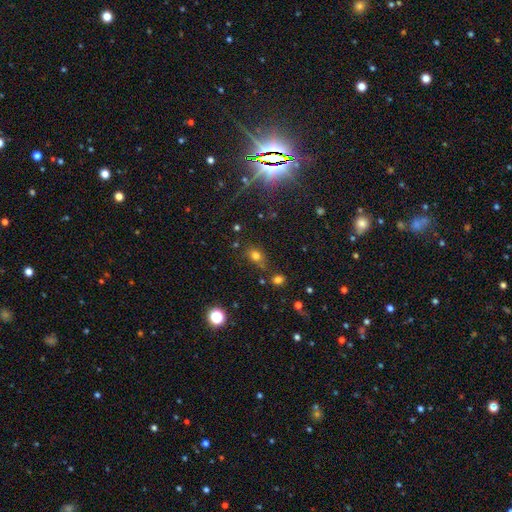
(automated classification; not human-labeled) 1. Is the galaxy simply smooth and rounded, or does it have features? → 69% smooth, 22% star or artifact, 9% featured or disk.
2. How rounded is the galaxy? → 49% in between, 48% round, 2% cigar-shaped.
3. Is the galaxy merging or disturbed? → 67% none, 18% minor disturbance, 9% merger, 6% major disturbance.